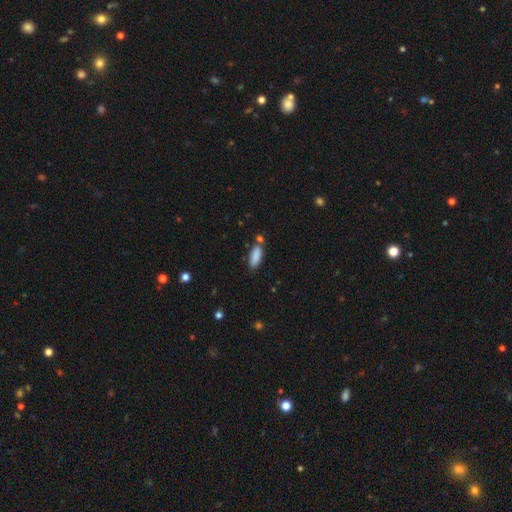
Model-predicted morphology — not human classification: Smooth or featured?
  - smooth: 88% *
  - star or artifact: 7%
  - featured or disk: 5%
How rounded?
  - in between: 74% *
  - cigar-shaped: 24%
  - round: 2%
Merging?
  - none: 68% *
  - minor disturbance: 16%
  - merger: 12%
  - major disturbance: 4%